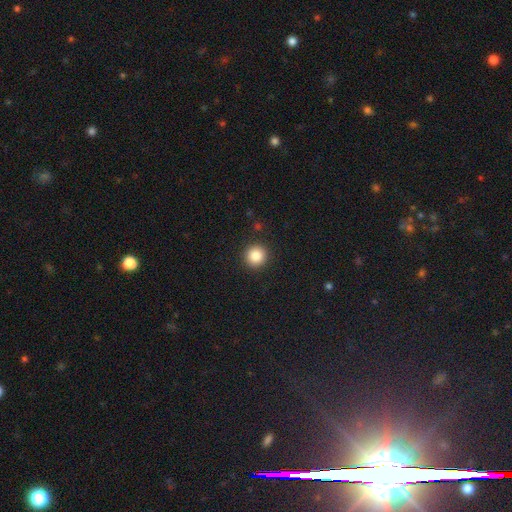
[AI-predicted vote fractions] Smooth or featured?
  - smooth: 86% *
  - star or artifact: 10%
  - featured or disk: 4%
How rounded?
  - round: 94% *
  - in between: 5%
  - cigar-shaped: 1%
Merging?
  - none: 92% *
  - minor disturbance: 5%
  - major disturbance: 2%
  - merger: 1%